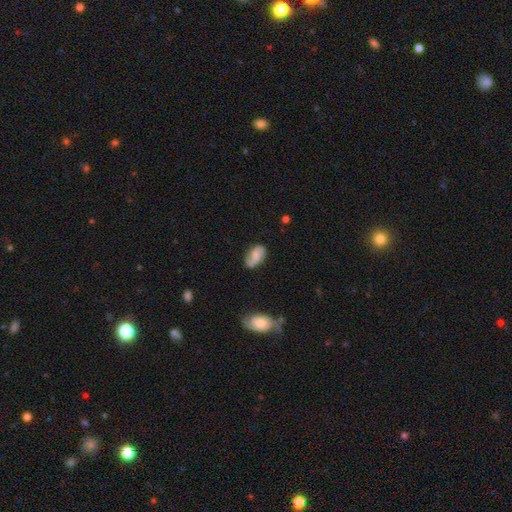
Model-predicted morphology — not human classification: The model was most divided on "bulge size": none: 39%, small: 30%, moderate: 24%, large: 5%, dominant: 2%. More confident: edge-on disk — no (96%); spiral arms — yes (90%); merging — none (66%); smooth or featured — featured or disk (57%); bar — no (52%).